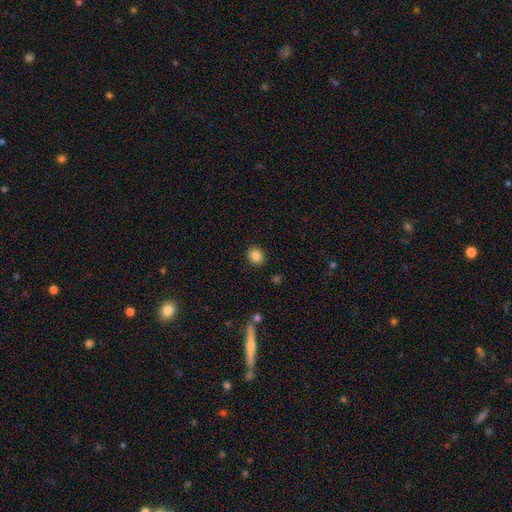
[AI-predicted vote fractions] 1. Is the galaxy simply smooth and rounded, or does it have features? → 85% smooth, 10% star or artifact, 5% featured or disk.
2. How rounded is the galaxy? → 79% round, 20% in between, 1% cigar-shaped.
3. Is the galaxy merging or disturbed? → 90% none, 6% minor disturbance, 2% major disturbance, 1% merger.